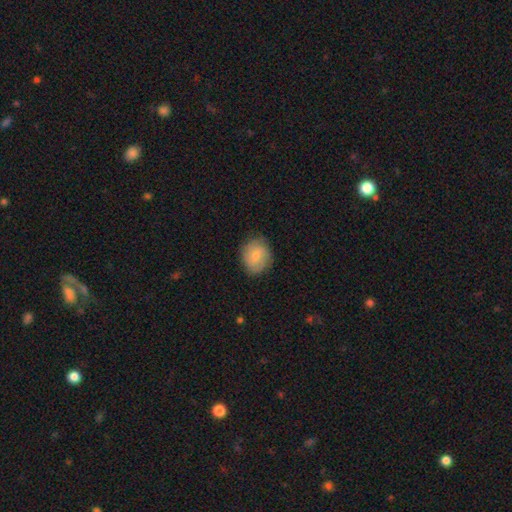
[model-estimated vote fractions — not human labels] smooth-or-featured: smooth: 74% | featured or disk: 20% | star or artifact: 6%
  how-rounded: round: 69% | in between: 30% | cigar-shaped: 1%
  merging: none: 79% | minor disturbance: 16% | major disturbance: 3% | merger: 1%